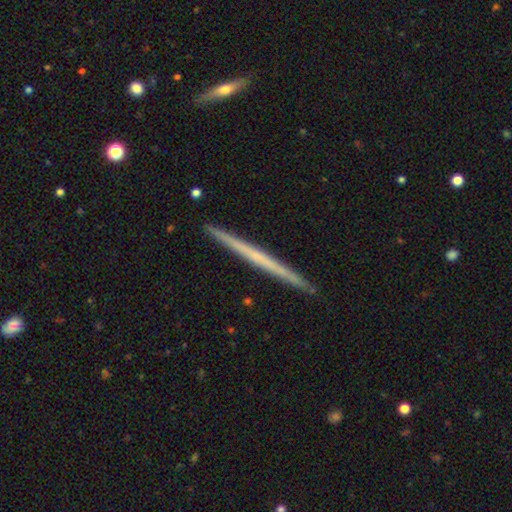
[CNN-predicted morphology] type=featured or disk (61%); edge-on=yes (98%); edge-on bulge=none (88%); merging=none (93%).